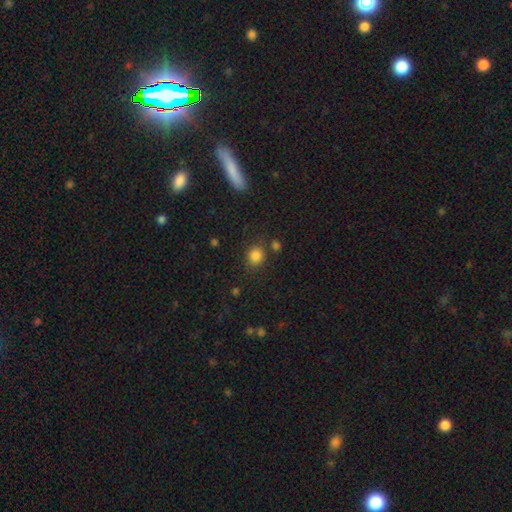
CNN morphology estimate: This is clearly a smooth galaxy (84%). How rounded: likely round (73%). Merging: clearly none (80%).